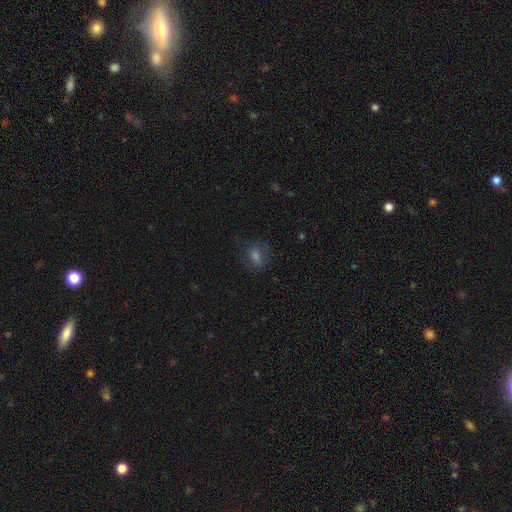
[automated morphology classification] smooth_or_featured: smooth (p=0.61) [alt: star or artifact p=0.24]
how_rounded: round (p=0.49) [alt: in between p=0.48]
merging: none (p=0.74) [alt: minor disturbance p=0.16]